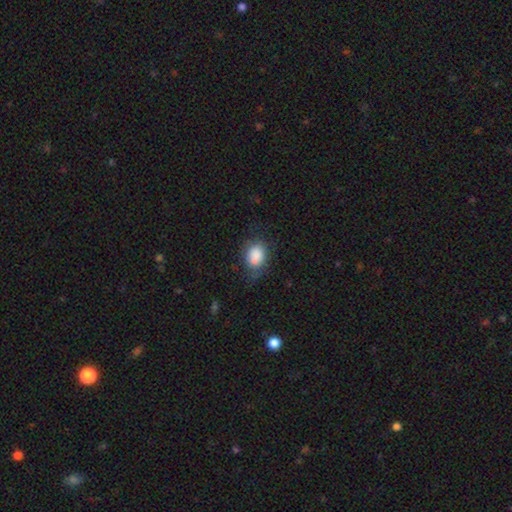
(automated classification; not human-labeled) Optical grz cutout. It shows a smooth galaxy with no disk features (82%) that is in between round and cigar-shaped (63%). Merging: none (55%).